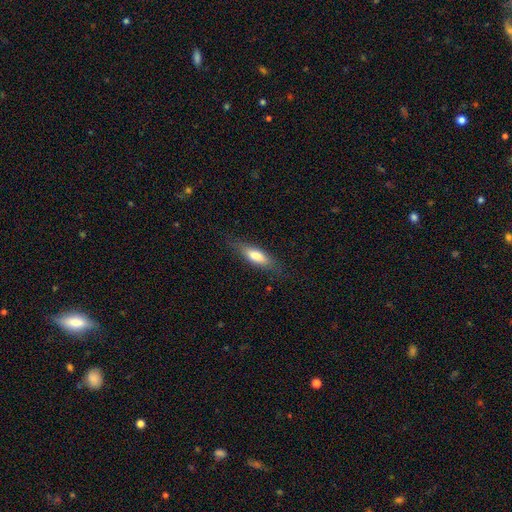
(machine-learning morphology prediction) Overall: smooth (72%). How rounded: in between (52%; cigar-shaped 46%). Merging: none (76%).